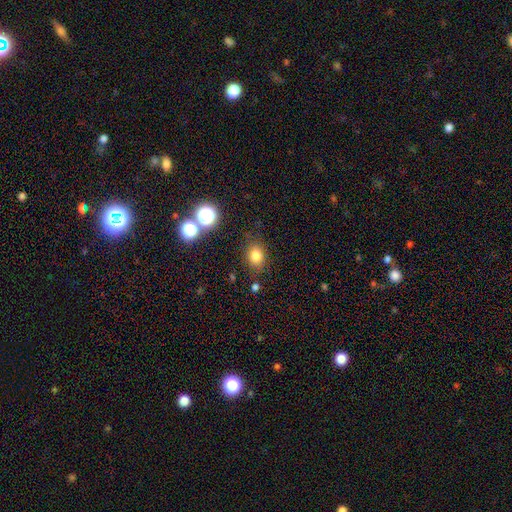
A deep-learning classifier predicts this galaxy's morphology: smooth 79%, star or artifact 14%, featured or disk 7%. Down the decision tree: how rounded — in between (51%); merging — none (80%).